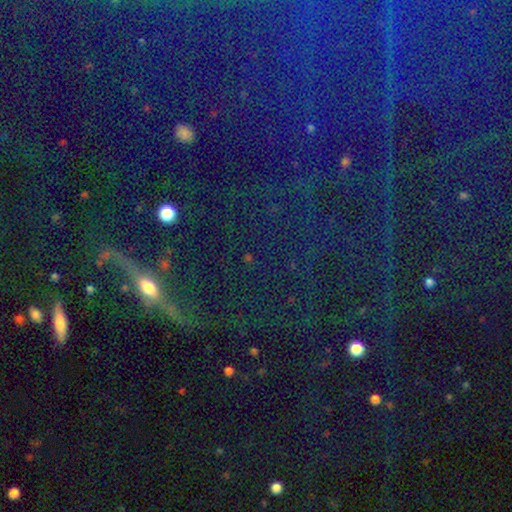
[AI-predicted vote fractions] star or artifact 56%, featured or disk 28%, smooth 16%.